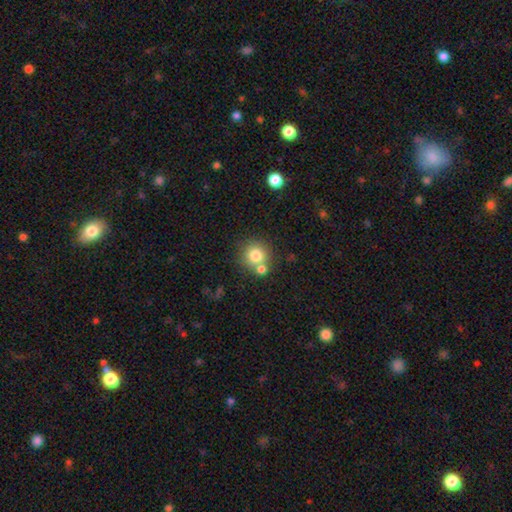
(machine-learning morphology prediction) Smooth or featured? smooth (79%)
How rounded? round (91%)
Merging? none (63%)